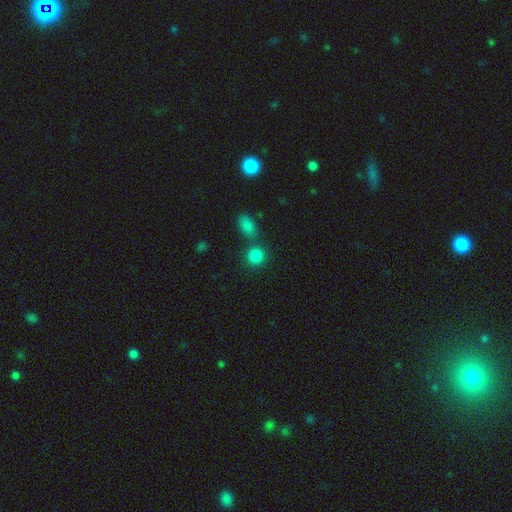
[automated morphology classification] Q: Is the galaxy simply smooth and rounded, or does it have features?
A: smooth — 85%.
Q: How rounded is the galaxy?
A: round — 83%.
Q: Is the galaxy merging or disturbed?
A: none — 67%.